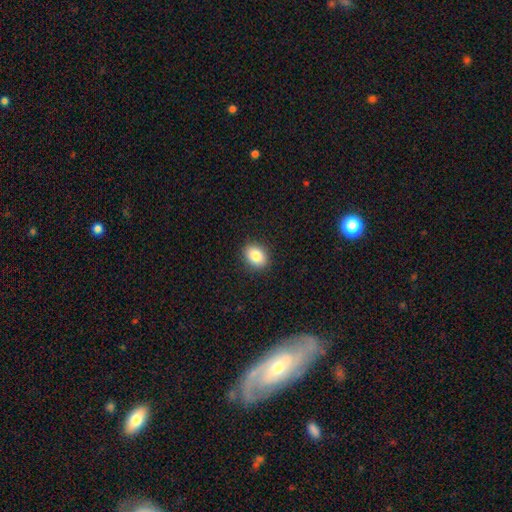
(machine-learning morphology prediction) A smooth galaxy with no disk features (86%) that is in between round and cigar-shaped (67%).

Vote fractions:
- Smooth or featured? smooth: 86% / star or artifact: 8% / featured or disk: 6%
- How rounded? in between: 67% / round: 32% / cigar-shaped: 1%
- Merging? none: 90% / minor disturbance: 7% / major disturbance: 2% / merger: 1%